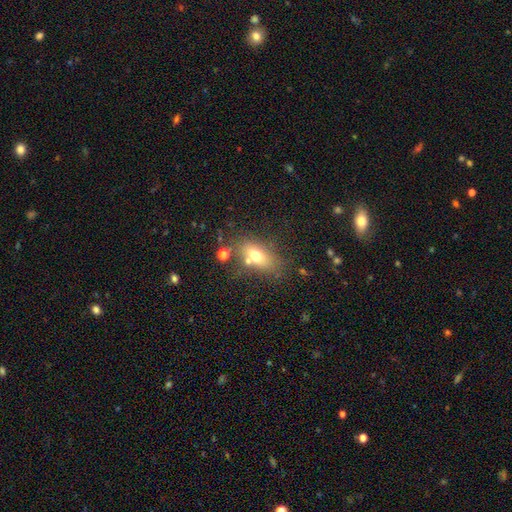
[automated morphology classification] smooth_or_featured: smooth (p=0.66) [alt: featured or disk p=0.22]
how_rounded: in between (p=0.78) [alt: round p=0.15]
merging: none (p=0.62) [alt: merger p=0.16]